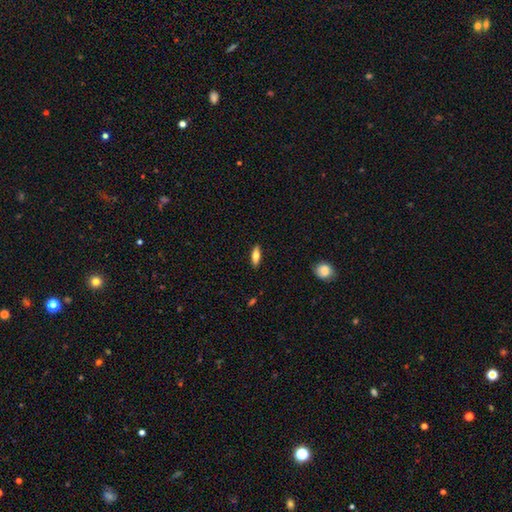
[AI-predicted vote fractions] Smooth or featured? Predicted: smooth (p=0.64). How rounded? Predicted: in between (p=0.60). Merging? Predicted: none (p=0.88).